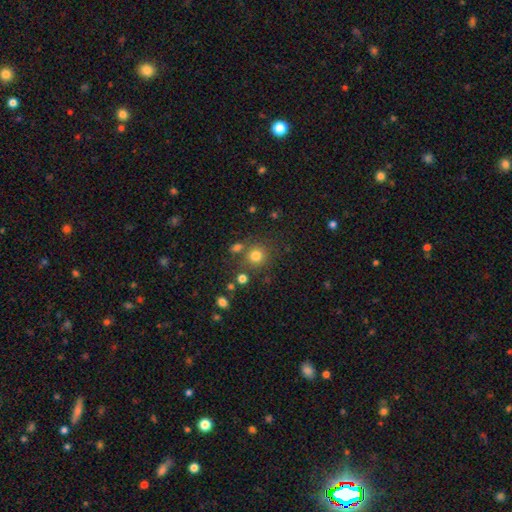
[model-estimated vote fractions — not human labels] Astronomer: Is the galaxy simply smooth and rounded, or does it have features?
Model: smooth — 78%.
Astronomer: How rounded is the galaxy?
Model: round — 89%.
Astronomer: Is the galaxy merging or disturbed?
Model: none — 74%.